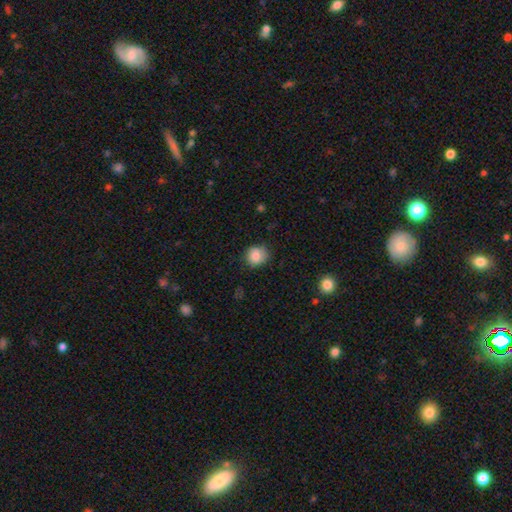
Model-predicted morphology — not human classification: Q: Smooth or featured?
A: smooth (83%); runner-up: star or artifact (9%)
Q: How rounded?
A: round (82%); runner-up: in between (17%)
Q: Merging?
A: none (78%); runner-up: minor disturbance (18%)